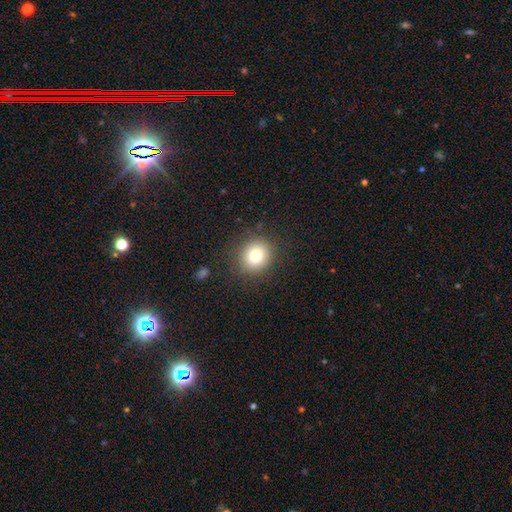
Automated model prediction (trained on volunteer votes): Smooth or featured: smooth — 78% (star or artifact — 12%)
How rounded: round — 86% (in between — 13%)
Merging: none — 87% (minor disturbance — 8%)